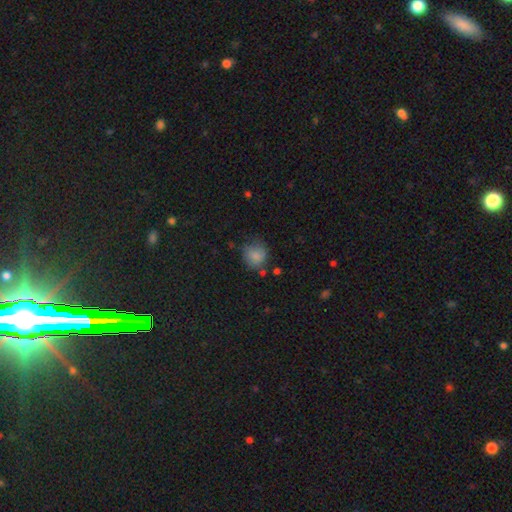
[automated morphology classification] smooth 81%, star or artifact 10%, featured or disk 9%. Down the decision tree: how rounded — round (79%); merging — none (58%).